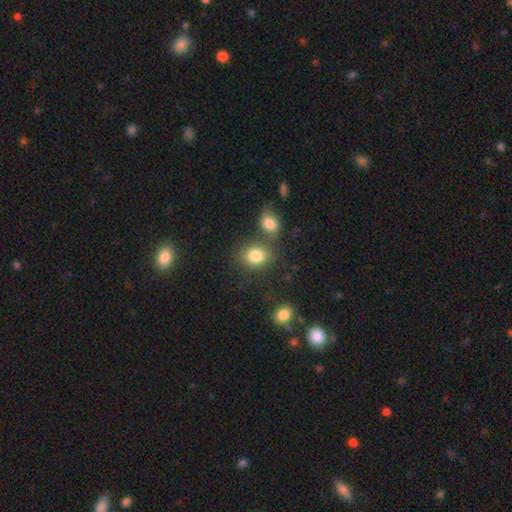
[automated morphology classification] Q: Smooth or featured?
A: smooth (82%); runner-up: star or artifact (10%)
Q: How rounded?
A: round (57%); runner-up: in between (42%)
Q: Merging?
A: none (61%); runner-up: merger (23%)